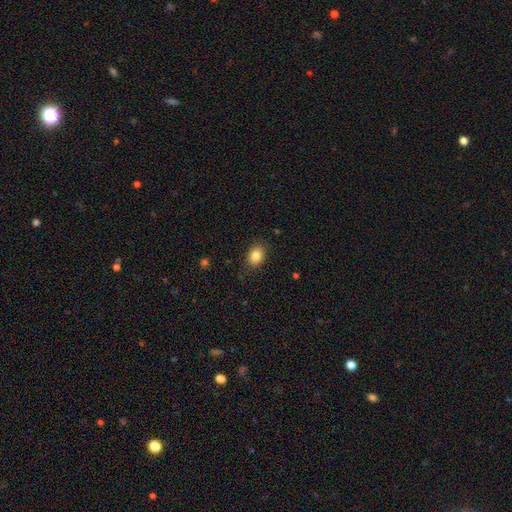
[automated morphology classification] smooth-or-featured: smooth: 85% | star or artifact: 9% | featured or disk: 6%
  how-rounded: in between: 64% | round: 35% | cigar-shaped: 1%
  merging: none: 85% | minor disturbance: 11% | major disturbance: 3% | merger: 1%